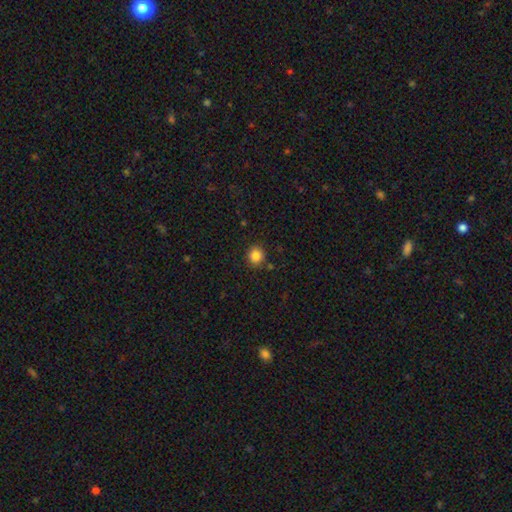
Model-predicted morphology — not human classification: smooth_or_featured: smooth (p=0.84) [alt: star or artifact p=0.11]
how_rounded: round (p=0.87) [alt: in between p=0.12]
merging: none (p=0.87) [alt: minor disturbance p=0.08]